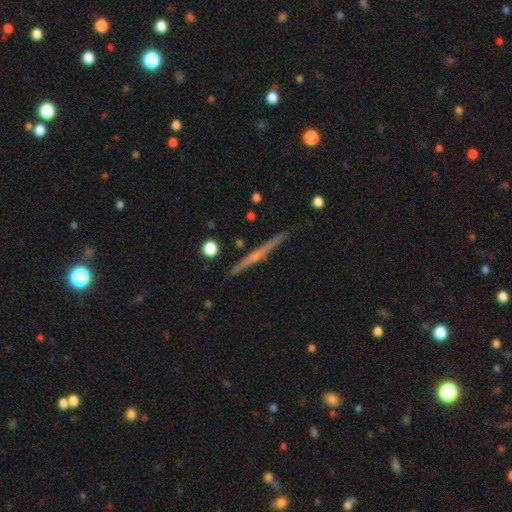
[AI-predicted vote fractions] smooth_or_featured: featured or disk (p=0.75) [alt: smooth p=0.18]
disk_edge_on: yes (p=0.98) [alt: no p=0.02]
edge_on_bulge: rounded (p=0.64) [alt: none p=0.29]
merging: none (p=0.91) [alt: minor disturbance p=0.06]